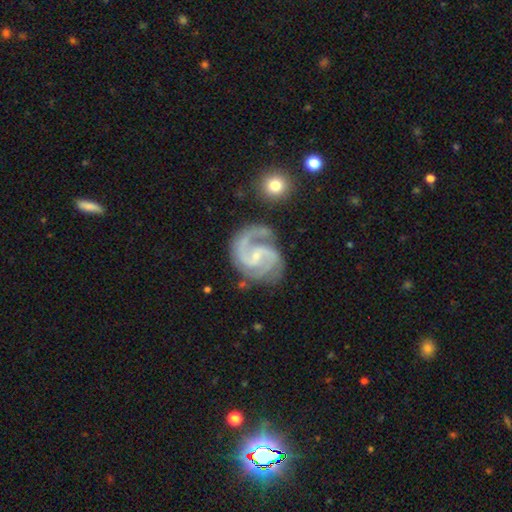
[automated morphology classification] The model was most divided on "bar": weak: 48%, no: 31%, strong: 20%. More confident: spiral arms — yes (99%); edge-on disk — no (98%); smooth or featured — featured or disk (94%); bulge size — small (75%); spiral arm count — 2 (75%); merging — none (69%); spiral winding — medium (58%).